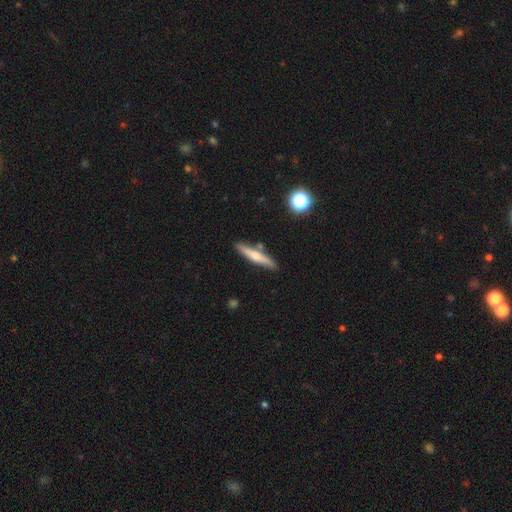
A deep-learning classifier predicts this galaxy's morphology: smooth-or-featured: smooth: 47% (tied) | featured or disk: 47% (tied) | star or artifact: 6%
  merging: none: 83% | minor disturbance: 10% | merger: 5% | major disturbance: 2%